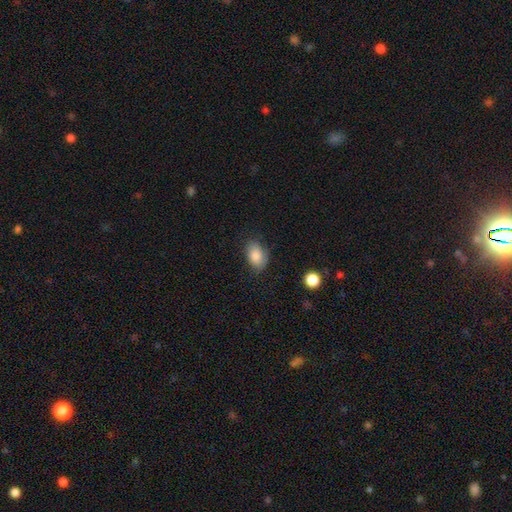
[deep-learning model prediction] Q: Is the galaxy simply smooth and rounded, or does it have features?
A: smooth — 85%.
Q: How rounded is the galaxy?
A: in between — 83%.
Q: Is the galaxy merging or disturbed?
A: none — 73%.